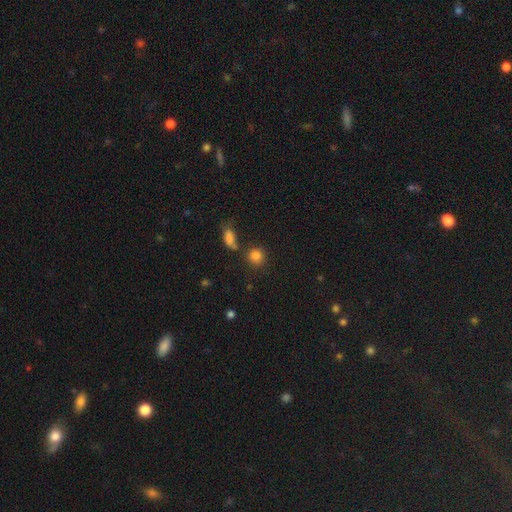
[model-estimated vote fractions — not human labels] This appears to be a smooth galaxy with no disk features (83%) that is round (84%). Merging: none (70%).